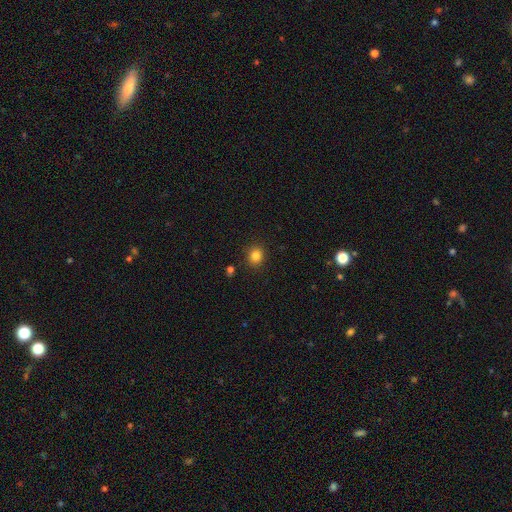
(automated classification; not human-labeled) Q: Smooth or featured?
A: smooth (83%); runner-up: star or artifact (12%)
Q: How rounded?
A: round (81%); runner-up: in between (18%)
Q: Merging?
A: none (89%); runner-up: minor disturbance (7%)